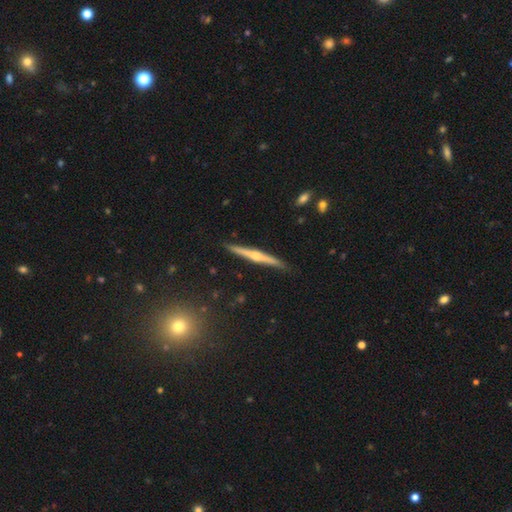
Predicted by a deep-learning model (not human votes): Smooth or featured: featured or disk — 77% (smooth — 17%)
Edge-on disk: yes — 98% (no — 2%)
Edge-on bulge: rounded — 84% (none — 10%)
Merging: none — 90% (minor disturbance — 7%)